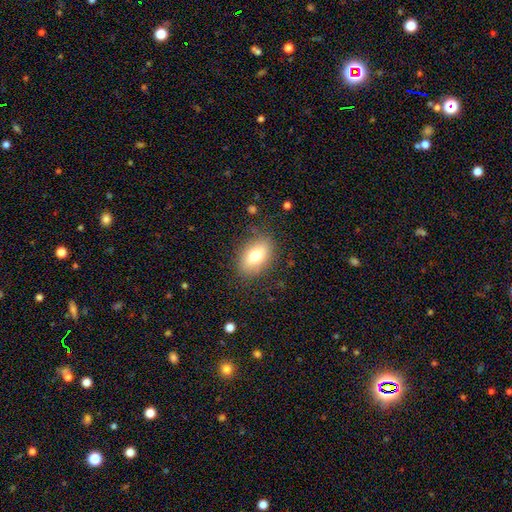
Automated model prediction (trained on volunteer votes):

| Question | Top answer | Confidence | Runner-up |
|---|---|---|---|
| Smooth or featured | smooth | 74% | featured or disk (18%) |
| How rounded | in between | 86% | round (11%) |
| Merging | none | 82% | minor disturbance (13%) |